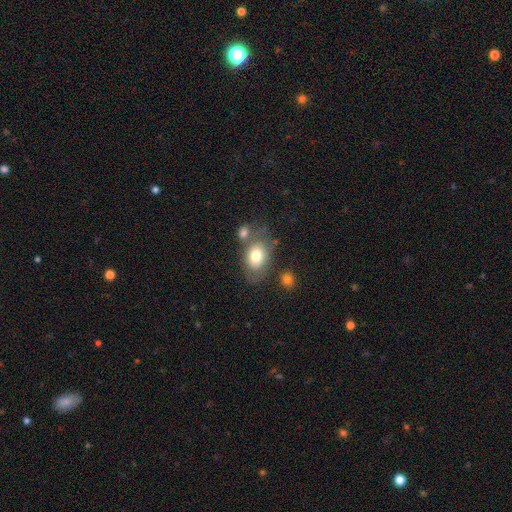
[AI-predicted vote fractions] Overall: smooth (73%). How rounded: in between (77%). Merging: none (52%; merger 21%).